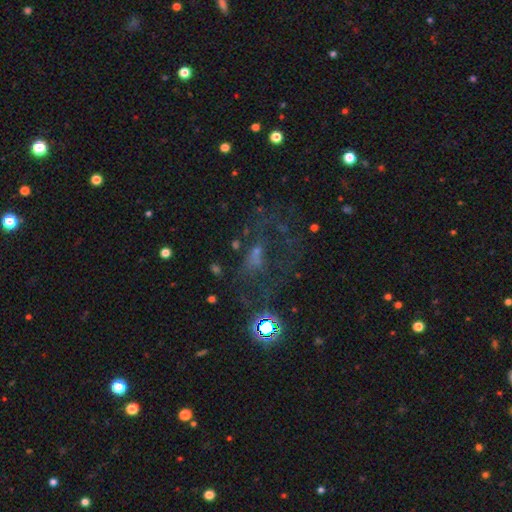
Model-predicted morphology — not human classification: This is marginally a star or artifact rather than a galaxy (37%).